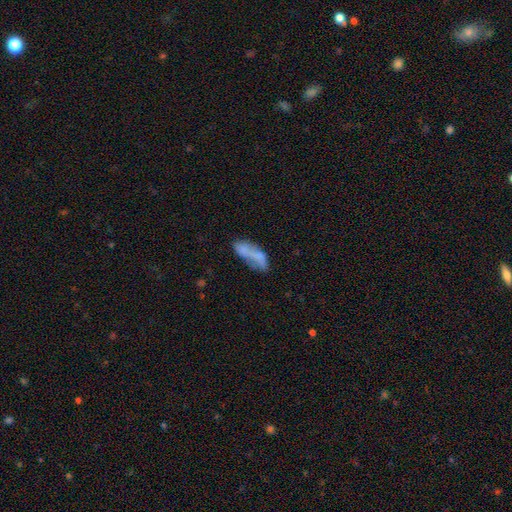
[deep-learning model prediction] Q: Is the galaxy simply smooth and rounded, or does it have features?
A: smooth — 61%.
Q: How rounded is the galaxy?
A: in between — 71%.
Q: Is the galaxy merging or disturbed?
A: none — 36%.